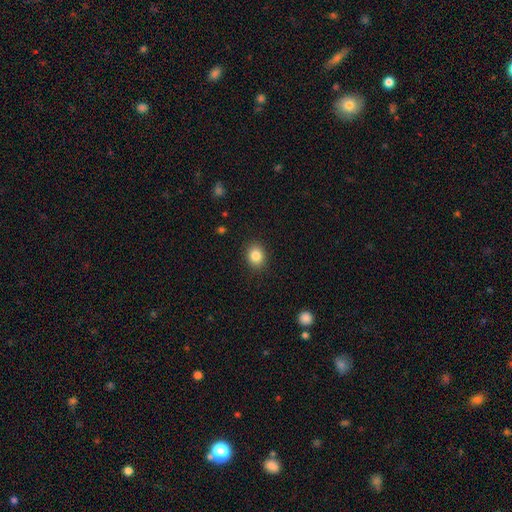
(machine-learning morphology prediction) type=smooth (85%); roundness=round (58%); merging=none (89%).